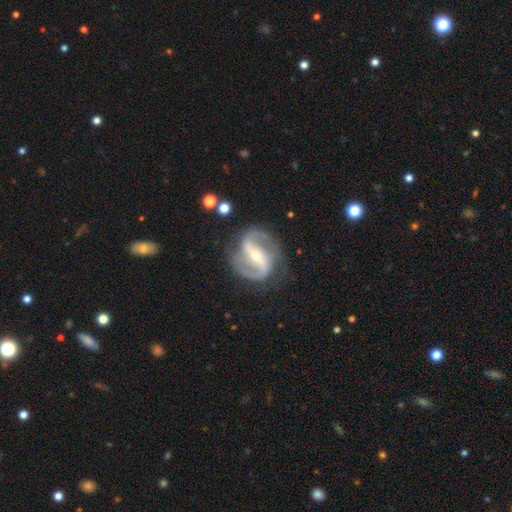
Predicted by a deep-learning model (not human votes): A featured or disk galaxy (92%) with a strong bar (62%), 2 (93%) medium (58%) spiral arms (97%) and a small central bulge (60%).

Vote fractions:
- Smooth or featured? featured or disk: 92% / star or artifact: 4% / smooth: 4%
- Edge-on disk? no: 97% / yes: 3%
- Bar? strong: 62% / weak: 27% / no: 11%
- Spiral arms? yes: 97% / no: 3%
- Spiral winding? medium: 58% / tight: 23% / loose: 20%
- Spiral arm count? 2: 93% / can't tell: 2% / 3: 2% / 1: 1% / 4: 1% / more than 4: 1%
- Bulge size? small: 60% / moderate: 37% / large: 2% / none: 1% / dominant: 1%
- Merging? none: 80% / minor disturbance: 13% / major disturbance: 6% / merger: 2%